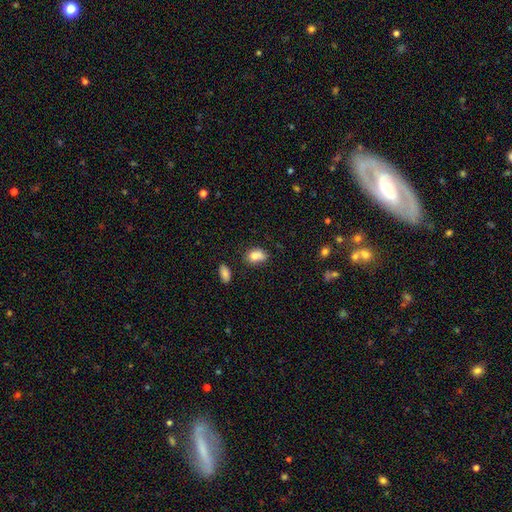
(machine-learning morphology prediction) smooth_or_featured: smooth (p=0.77) [alt: featured or disk p=0.13]
how_rounded: in between (p=0.67) [alt: round p=0.31]
merging: none (p=0.44) [alt: merger p=0.25]